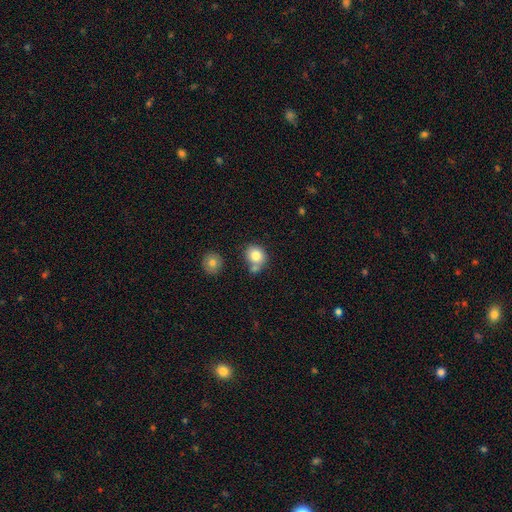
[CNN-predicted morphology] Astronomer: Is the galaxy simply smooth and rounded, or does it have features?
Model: smooth — 81%.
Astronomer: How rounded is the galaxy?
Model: round — 71%.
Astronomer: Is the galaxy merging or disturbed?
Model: none — 54%.